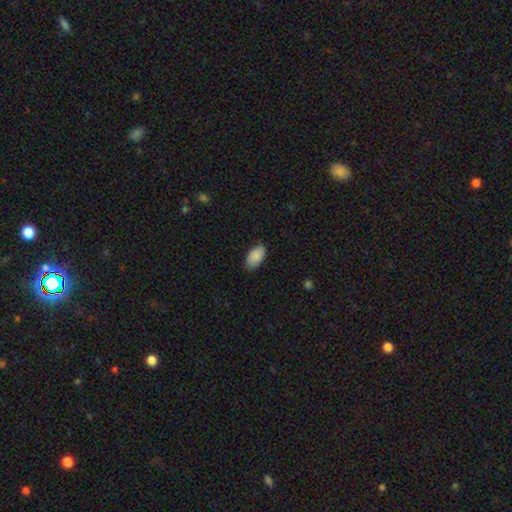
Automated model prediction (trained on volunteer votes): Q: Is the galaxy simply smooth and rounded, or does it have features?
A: smooth — 89%.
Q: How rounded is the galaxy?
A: in between — 95%.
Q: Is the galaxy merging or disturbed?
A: none — 79%.